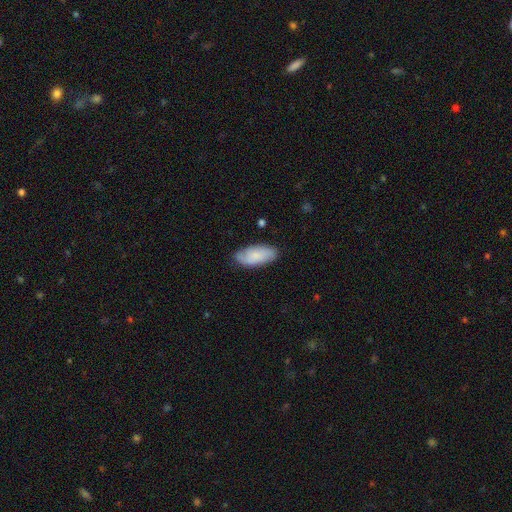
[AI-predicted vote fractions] Smooth or featured: smooth — 71% (featured or disk — 22%)
How rounded: in between — 90% (cigar-shaped — 8%)
Merging: none — 75% (minor disturbance — 20%)